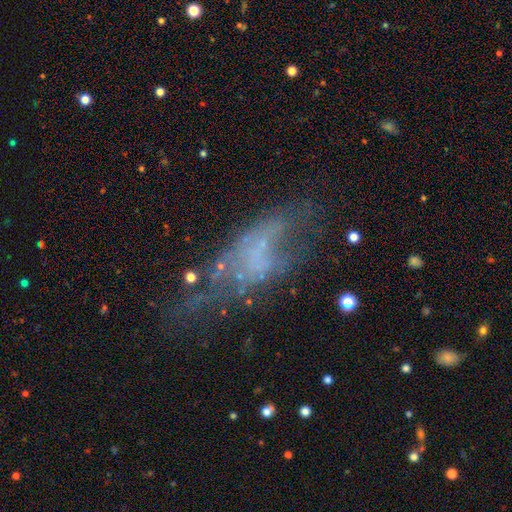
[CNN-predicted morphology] smooth_or_featured: featured or disk (p=0.52) [alt: smooth p=0.30]
disk_edge_on: no (p=0.82) [alt: yes p=0.18]
merging: major disturbance (p=0.37) [alt: none p=0.33]